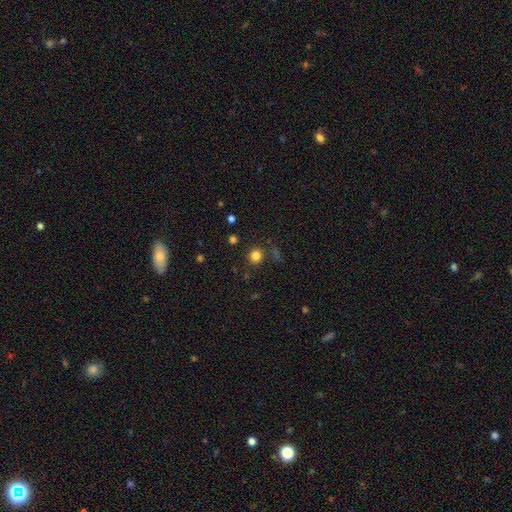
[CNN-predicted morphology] Q: Smooth or featured?
A: smooth (81%); runner-up: star or artifact (15%)
Q: How rounded?
A: round (90%); runner-up: in between (9%)
Q: Merging?
A: none (86%); runner-up: minor disturbance (8%)